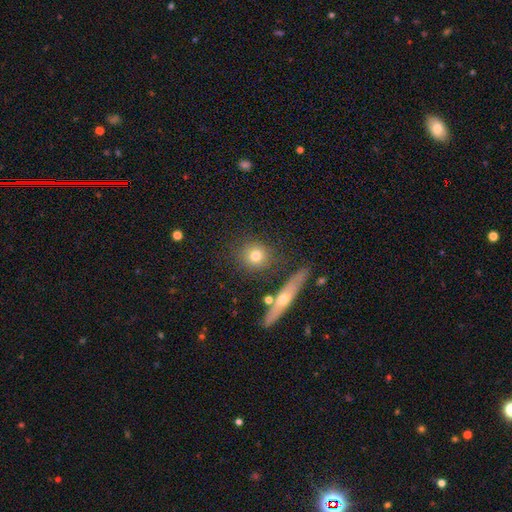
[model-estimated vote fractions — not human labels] Smooth or featured? Predicted: smooth (p=0.74). How rounded? Predicted: round (p=0.85). Merging? Predicted: none (p=0.82).